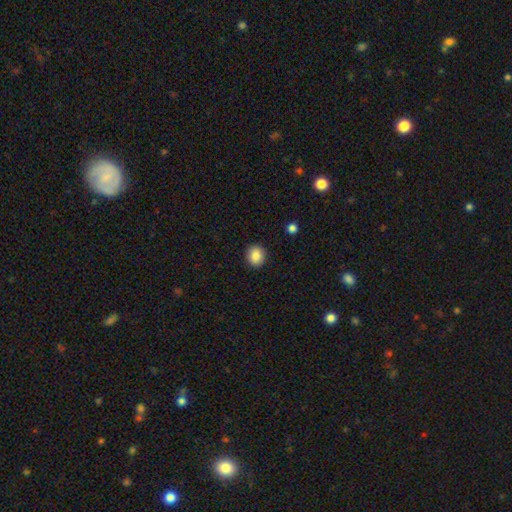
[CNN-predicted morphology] type=smooth (86%); roundness=round (80%); merging=none (91%).